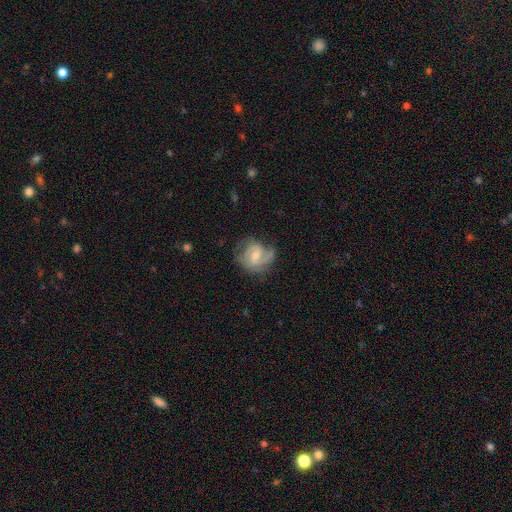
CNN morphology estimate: Overall: featured or disk (83%). Edge-on disk: no (98%). Bar: weak (53%; no 33%). Spiral arms: yes (95%). Spiral arm count: 2 (58%). Spiral winding: medium (47%; tight 36%). Bulge size: small (50%; moderate 44%). Merging: none (61%; minor disturbance 23%).